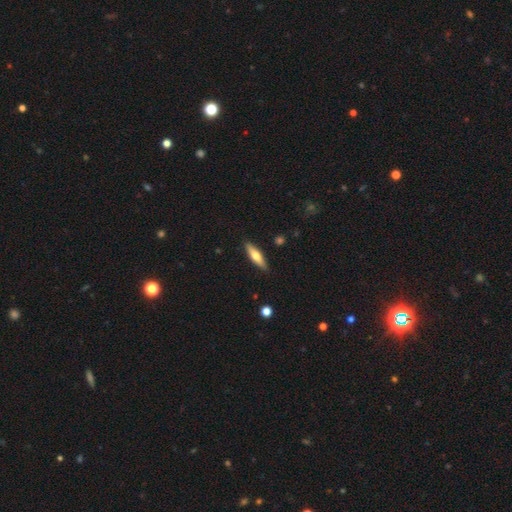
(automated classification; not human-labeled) This is possibly a smooth galaxy (53%). How rounded: likely cigar-shaped (67%). Merging: clearly none (88%).